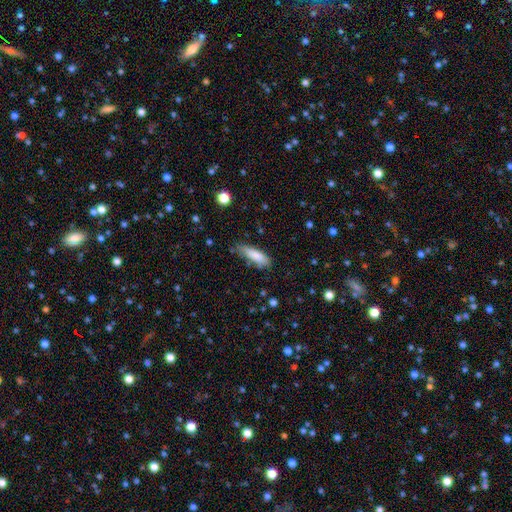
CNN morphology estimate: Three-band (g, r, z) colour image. It shows a smooth galaxy with no disk features (82%) that is cigar-shaped (59%). Merging: none (68%).